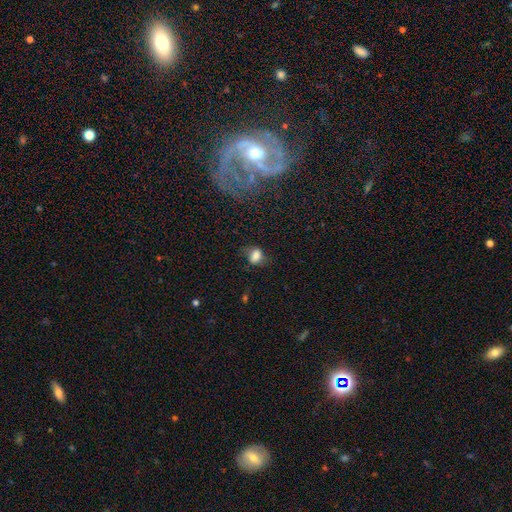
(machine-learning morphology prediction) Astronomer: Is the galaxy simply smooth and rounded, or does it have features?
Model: smooth — 79%.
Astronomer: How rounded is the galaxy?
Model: in between — 64%.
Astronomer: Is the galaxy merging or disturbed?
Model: none — 58%.